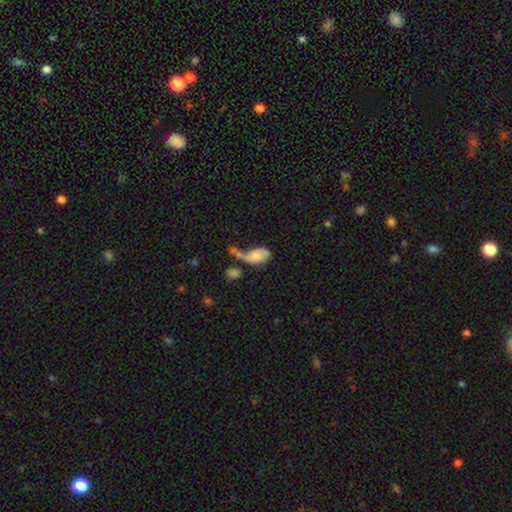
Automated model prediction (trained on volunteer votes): A smooth galaxy with no disk features (73%) that is in between round and cigar-shaped (92%). Merging: merger (38%).